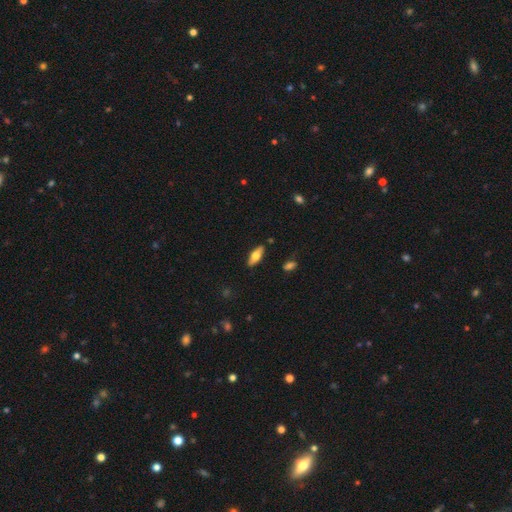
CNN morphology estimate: smooth_or_featured: smooth (p=0.60) [alt: featured or disk p=0.34]
how_rounded: in between (p=0.71) [alt: cigar-shaped p=0.27]
merging: none (p=0.86) [alt: minor disturbance p=0.10]